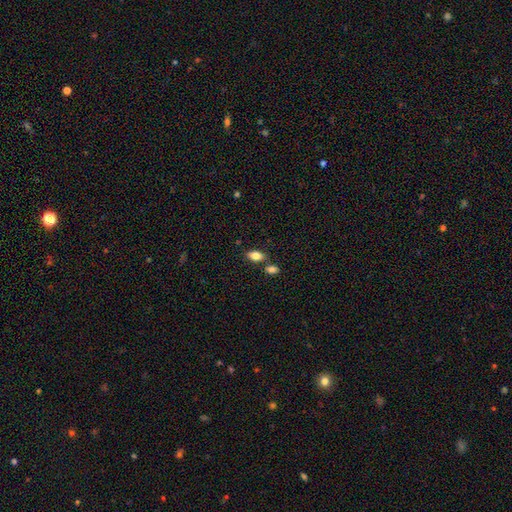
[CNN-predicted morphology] Smooth or featured? smooth (83%)
How rounded? in between (90%)
Merging? none (69%)